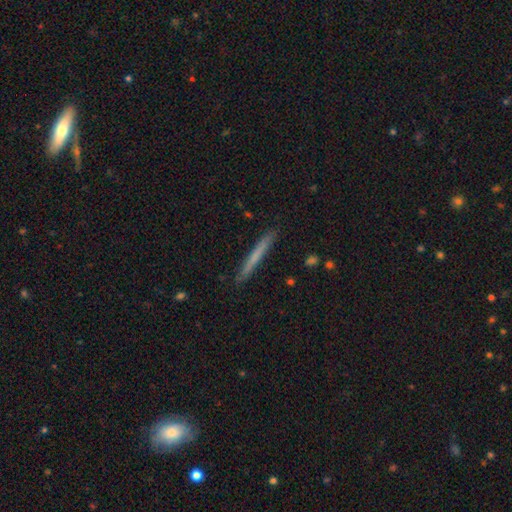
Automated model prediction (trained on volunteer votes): Morphology: type=smooth (59%); roundness=cigar-shaped (97%); merging=none (90%).